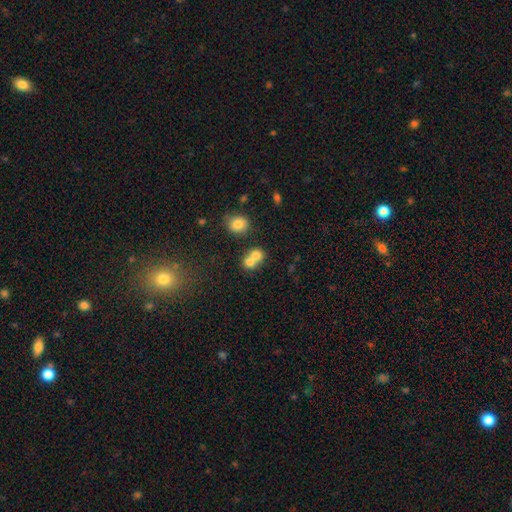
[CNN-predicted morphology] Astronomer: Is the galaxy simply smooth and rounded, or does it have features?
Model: smooth — 73%.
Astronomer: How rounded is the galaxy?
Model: round — 73%.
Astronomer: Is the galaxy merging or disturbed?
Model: merger — 63%.